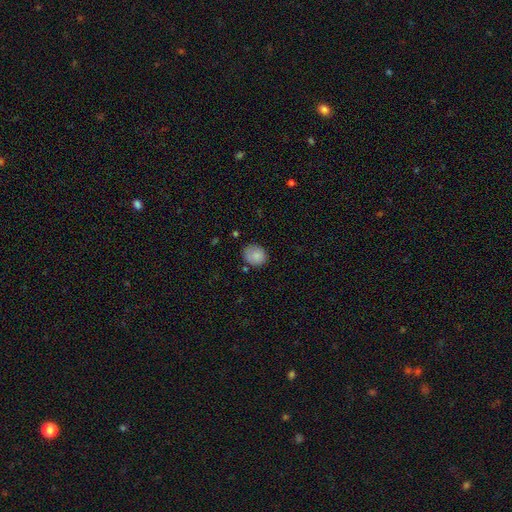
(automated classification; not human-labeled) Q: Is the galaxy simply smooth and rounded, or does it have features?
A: smooth — 85%.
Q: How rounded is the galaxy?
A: round — 60%.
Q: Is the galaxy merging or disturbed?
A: none — 70%.